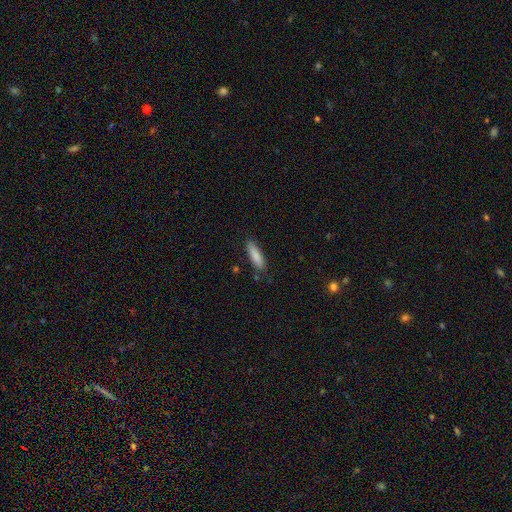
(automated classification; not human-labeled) A smooth galaxy with no disk features (86%) that is cigar-shaped (62%).

Vote fractions:
- Smooth or featured? smooth: 86% / featured or disk: 8% / star or artifact: 6%
- How rounded? cigar-shaped: 62% / in between: 37% / round: 1%
- Merging? none: 84% / minor disturbance: 12% / major disturbance: 2% / merger: 2%